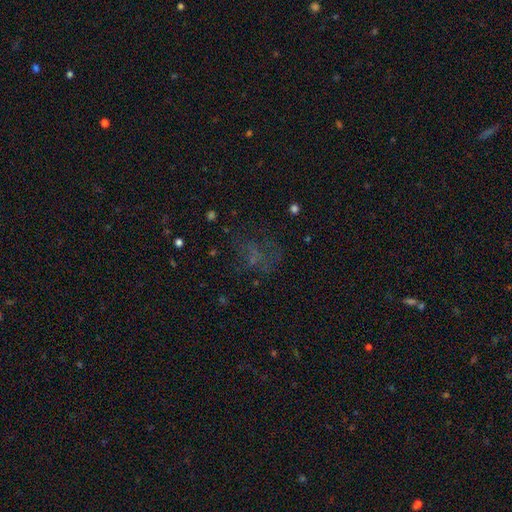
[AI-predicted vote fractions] Morphology: type=star or artifact (36%).